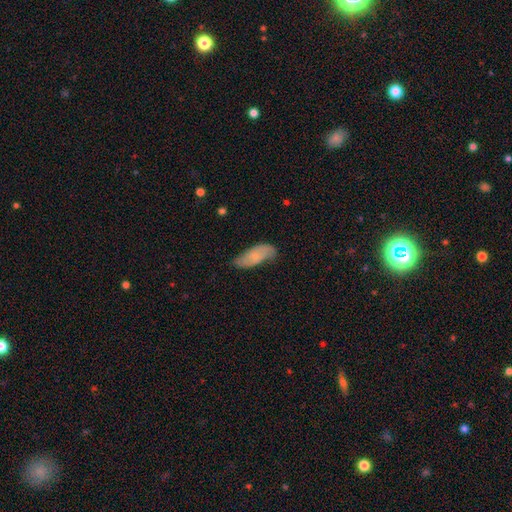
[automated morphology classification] Smooth or featured: smooth — 55% (featured or disk — 39%)
How rounded: in between — 82% (cigar-shaped — 16%)
Merging: none — 61% (minor disturbance — 30%)